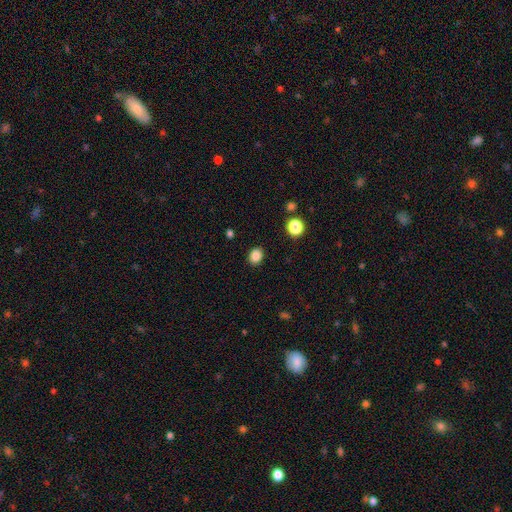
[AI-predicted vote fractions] Smooth or featured? smooth (86%)
How rounded? in between (50%, tied with round)
Merging? none (89%)